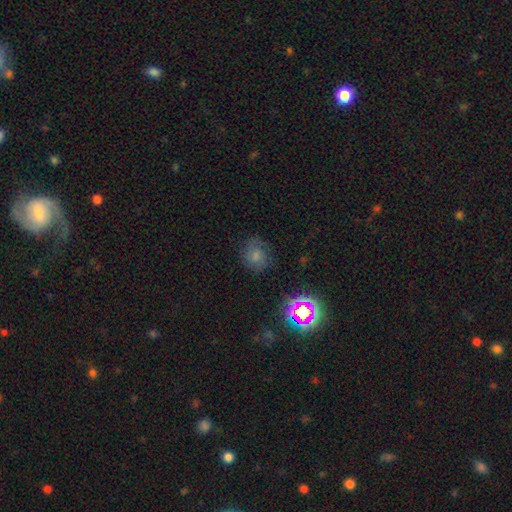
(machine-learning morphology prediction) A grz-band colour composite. It shows a smooth galaxy with no disk features (60%) that is round (73%). Merging: none (72%).